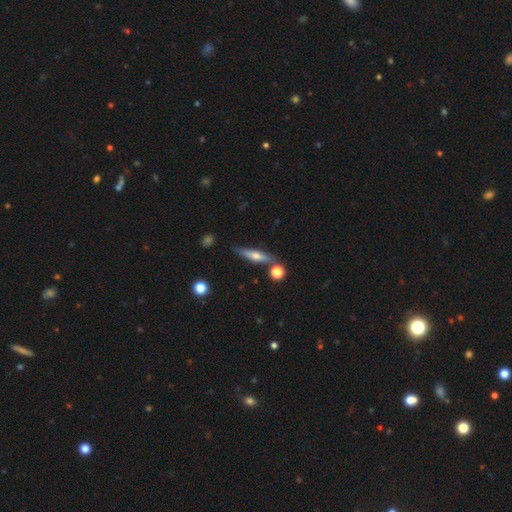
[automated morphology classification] Smooth or featured: featured or disk — 47% (smooth — 45%)
Merging: none — 75% (minor disturbance — 12%)